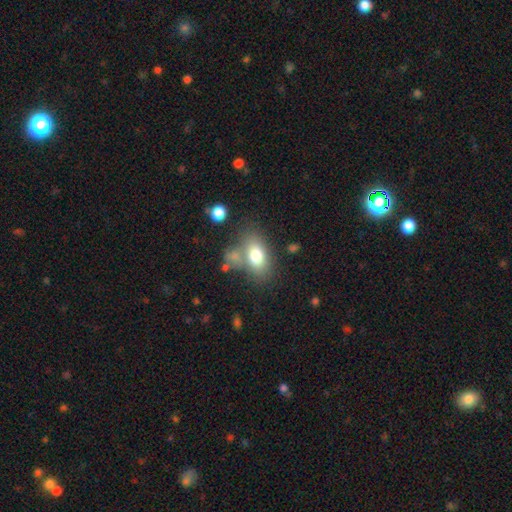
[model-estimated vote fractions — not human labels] Smooth or featured? Predicted: smooth (p=0.75). How rounded? Predicted: in between (p=0.85). Merging? Predicted: none (p=0.56).